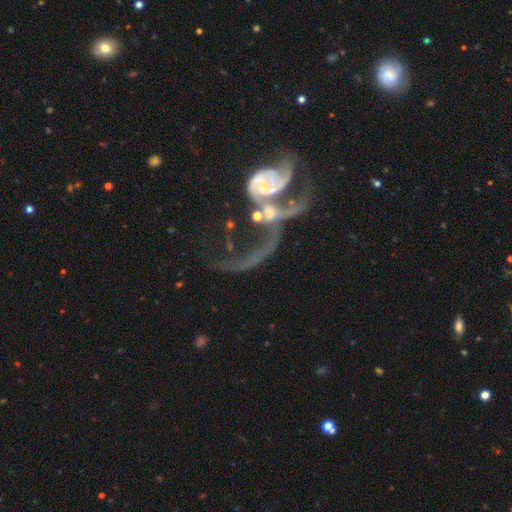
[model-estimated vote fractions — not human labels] Smooth or featured: featured or disk — 73% (star or artifact — 14%)
Edge-on disk: no — 94% (yes — 6%)
Bar: no — 64% (weak — 23%)
Spiral arms: yes — 71% (no — 29%)
Bulge size: small — 49% (moderate — 25%)
Merging: merger — 53% (major disturbance — 27%)